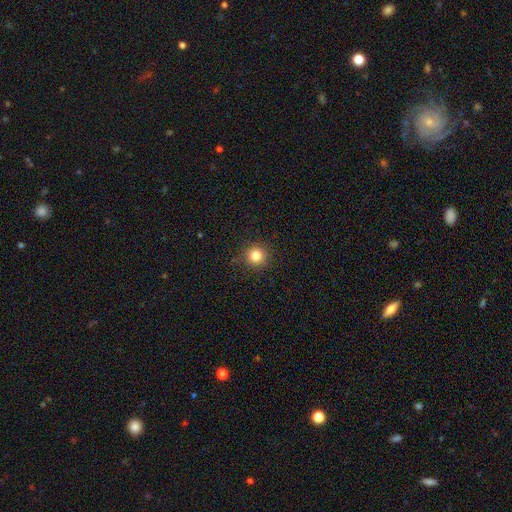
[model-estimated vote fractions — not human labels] Morphology: type=smooth (83%); roundness=round (94%); merging=none (90%).